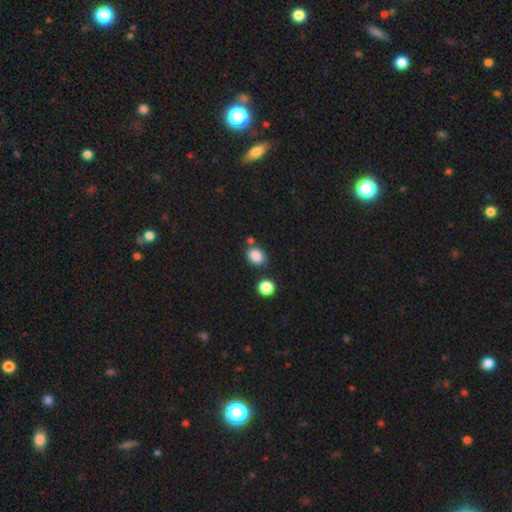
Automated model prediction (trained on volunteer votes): This appears to be a smooth galaxy with no disk features (86%) that is in between round and cigar-shaped (60%). Merging: none (71%).